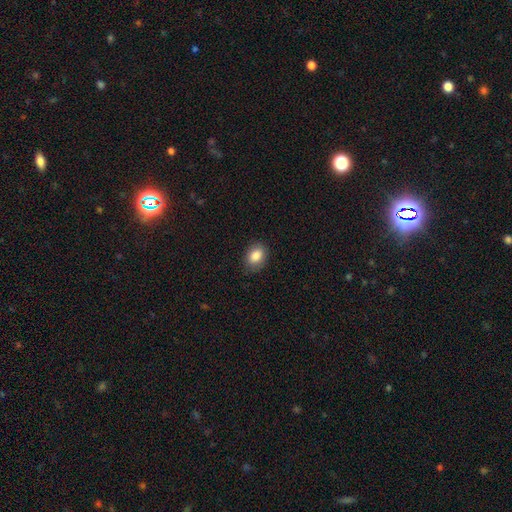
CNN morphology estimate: A smooth galaxy with no disk features (86%) that is in between round and cigar-shaped (72%).

Vote fractions:
- Smooth or featured? smooth: 86% / star or artifact: 8% / featured or disk: 6%
- How rounded? in between: 72% / round: 27% / cigar-shaped: 1%
- Merging? none: 83% / minor disturbance: 13% / major disturbance: 3% / merger: 1%